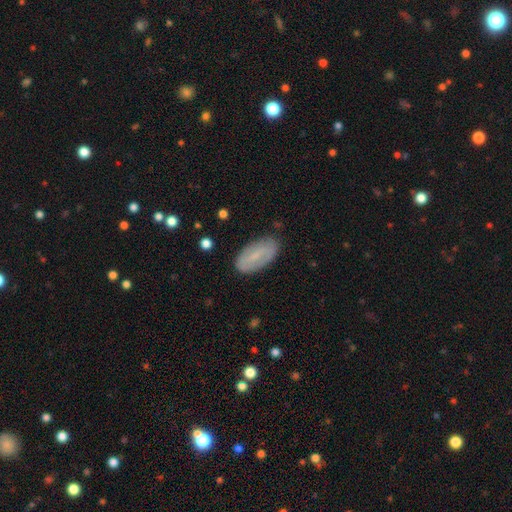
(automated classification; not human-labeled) This is possibly a smooth galaxy (59%). How rounded: clearly in between (92%). Merging: clearly none (81%).